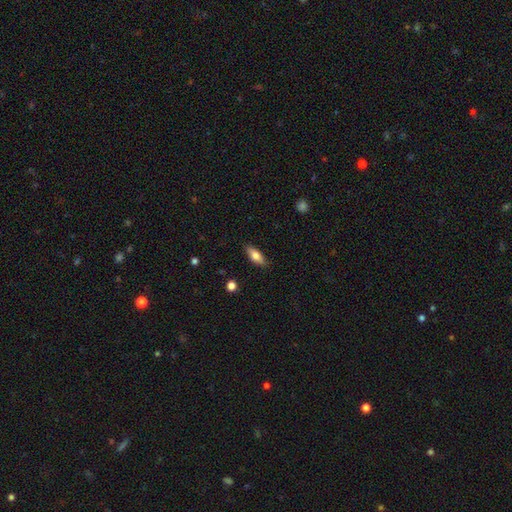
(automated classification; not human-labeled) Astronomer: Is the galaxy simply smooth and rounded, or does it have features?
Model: smooth — 72%.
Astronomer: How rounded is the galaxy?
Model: in between — 69%.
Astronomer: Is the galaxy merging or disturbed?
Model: none — 87%.